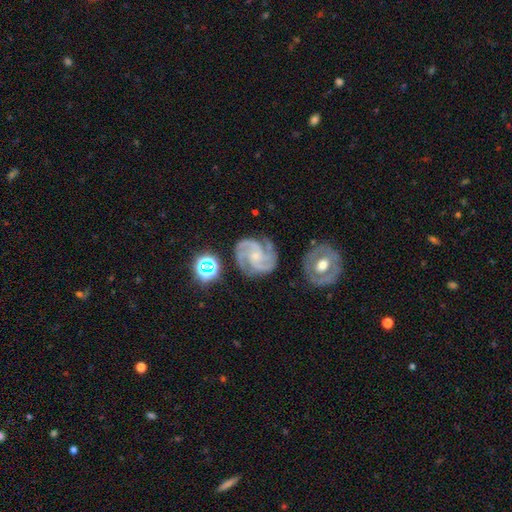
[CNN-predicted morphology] type=featured or disk (90%); edge-on=no (98%); bar=no (67%); spiral arms=yes (98%); winding=tight (48%); arm count=3 (54%); bulge=small (74%); merging=none (73%).